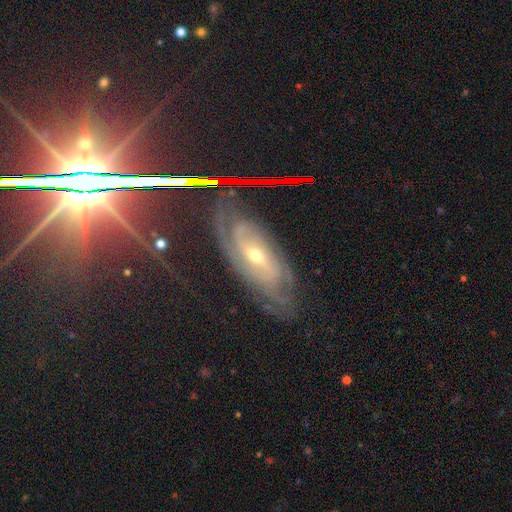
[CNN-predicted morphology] Smooth or featured? featured or disk (82%)
Edge-on disk? no (91%)
Bar? no (43%)
Spiral arms? yes (94%)
Spiral winding? tight (58%)
Spiral arm count? 2 (38%)
Bulge size? small (56%)
Merging? none (71%)